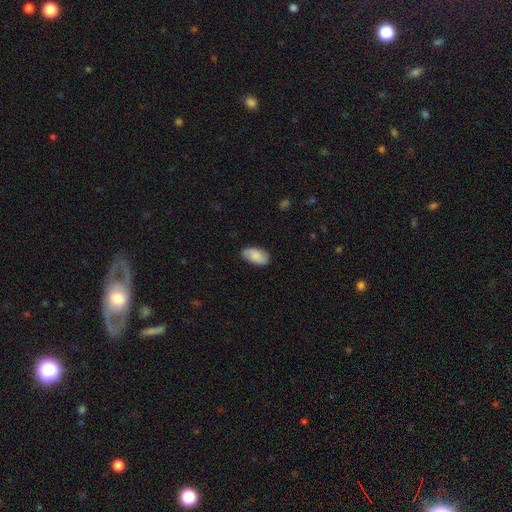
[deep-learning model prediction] Smooth or featured? Predicted: smooth (p=0.83). How rounded? Predicted: in between (p=0.95). Merging? Predicted: none (p=0.83).